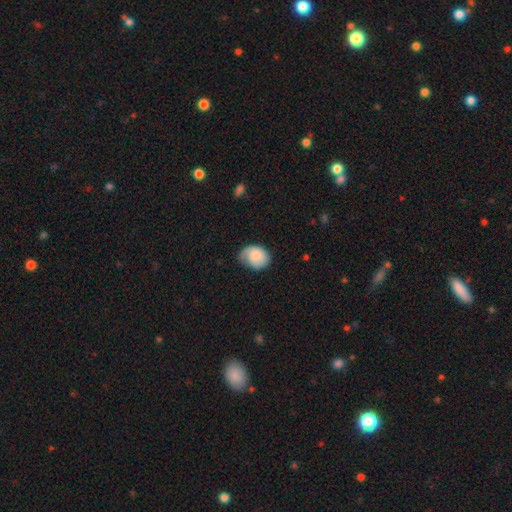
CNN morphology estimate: Smooth or featured? smooth (69%)
How rounded? in between (59%)
Merging? none (48%)